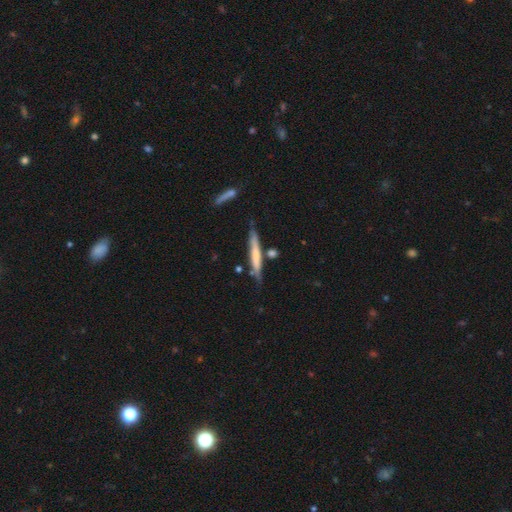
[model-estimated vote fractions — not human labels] A smooth galaxy with no disk features (57%) that is cigar-shaped (93%). Merging: none (72%).